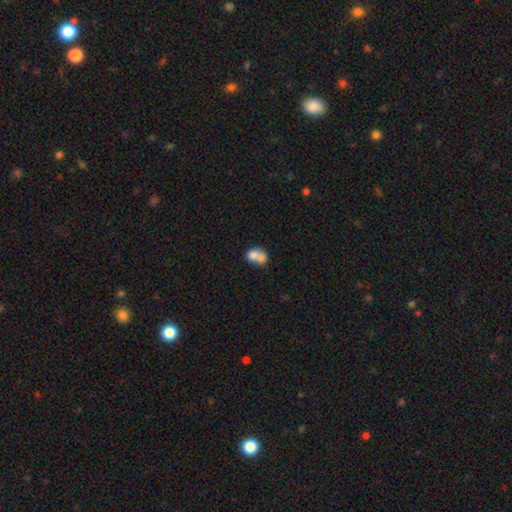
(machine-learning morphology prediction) The model was most divided on "how rounded": in between: 55%, round: 44%, cigar-shaped: 1%. More confident: smooth or featured — smooth (72%); merging — merger (69%).